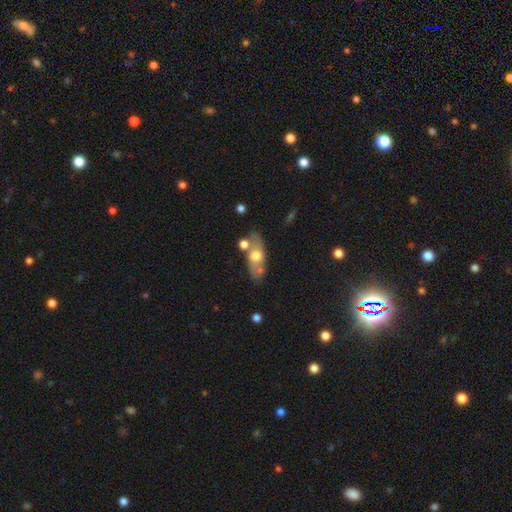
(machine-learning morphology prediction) smooth 47%, featured or disk 45%, star or artifact 7%. Down the decision tree: merging — none (62%).